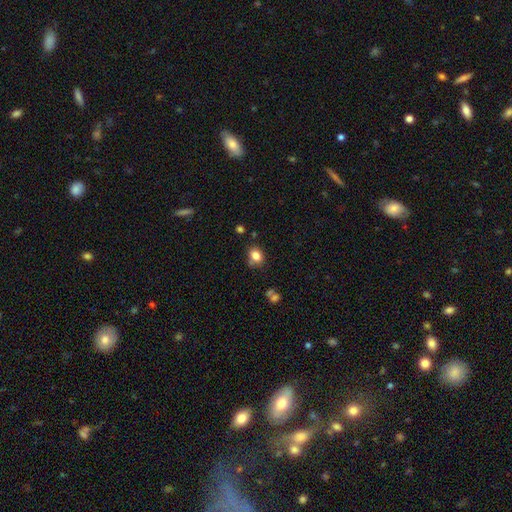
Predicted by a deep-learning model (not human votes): smooth-or-featured: smooth: 82% | star or artifact: 11% | featured or disk: 7%
  how-rounded: round: 50% | in between: 49% | cigar-shaped: 1%
  merging: none: 71% | minor disturbance: 18% | merger: 6% | major disturbance: 5%